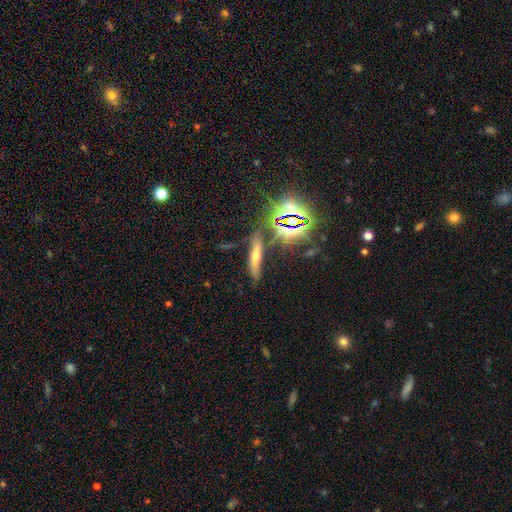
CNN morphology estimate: This is marginally a star or artifact rather than a galaxy (40%).